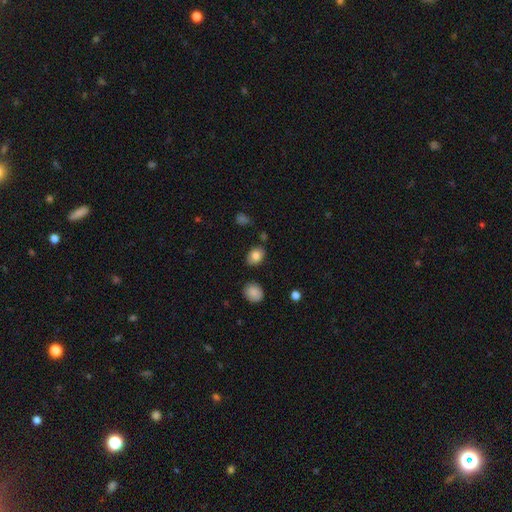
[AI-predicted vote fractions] This appears to be a smooth galaxy with no disk features (83%) that is in between round and cigar-shaped (71%). Merging: none (81%).